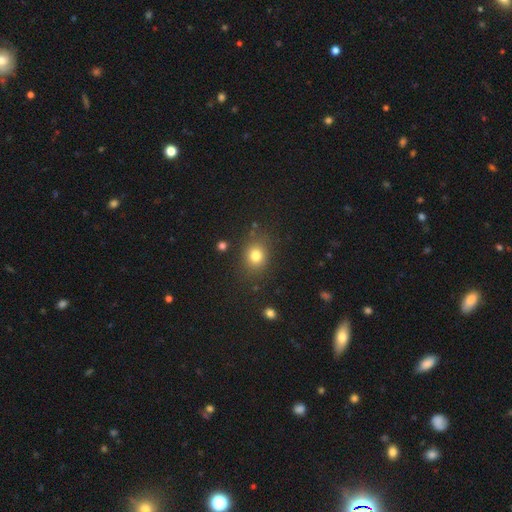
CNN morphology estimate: Smooth or featured? Predicted: smooth (p=0.79). How rounded? Predicted: round (p=0.65). Merging? Predicted: none (p=0.82).